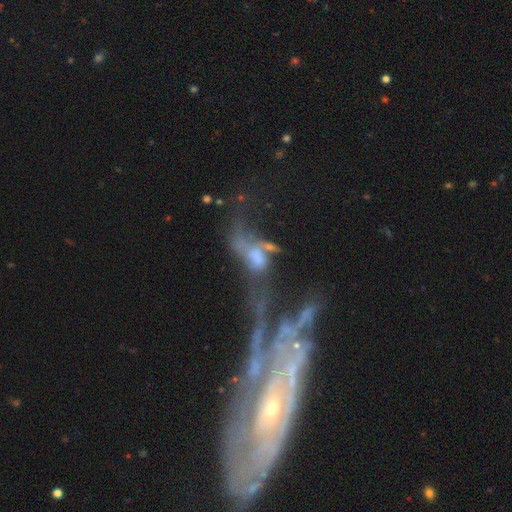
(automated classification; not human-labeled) Smooth or featured? featured or disk (54%)
Edge-on disk? no (89%)
Merging? merger (55%)